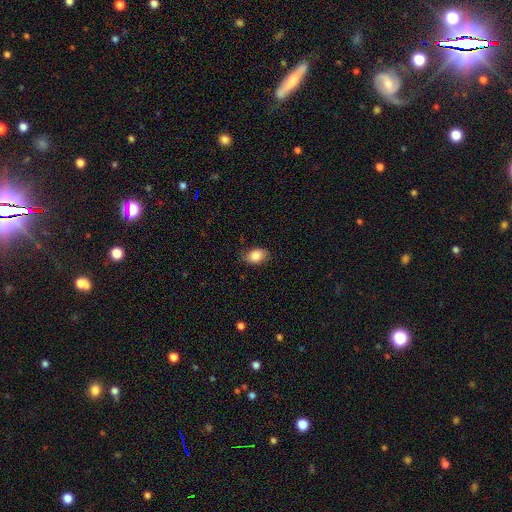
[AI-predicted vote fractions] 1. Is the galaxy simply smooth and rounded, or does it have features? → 84% smooth, 8% featured or disk, 7% star or artifact.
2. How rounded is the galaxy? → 83% in between, 16% round, 1% cigar-shaped.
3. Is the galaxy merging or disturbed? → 75% none, 20% minor disturbance, 4% major disturbance, 1% merger.